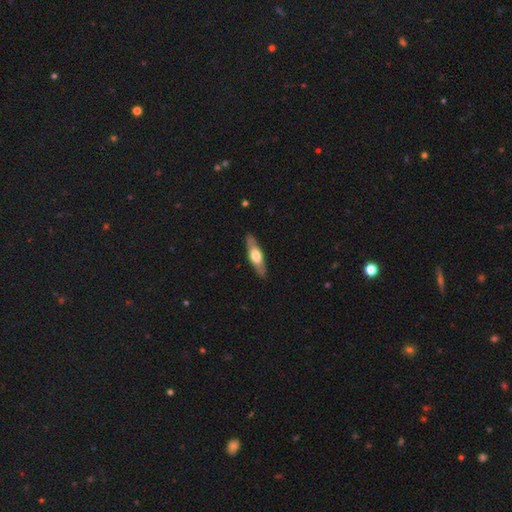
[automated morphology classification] Smooth or featured: featured or disk — 52% (smooth — 44%)
Edge-on disk: yes — 85% (no — 15%)
Merging: none — 88% (minor disturbance — 9%)